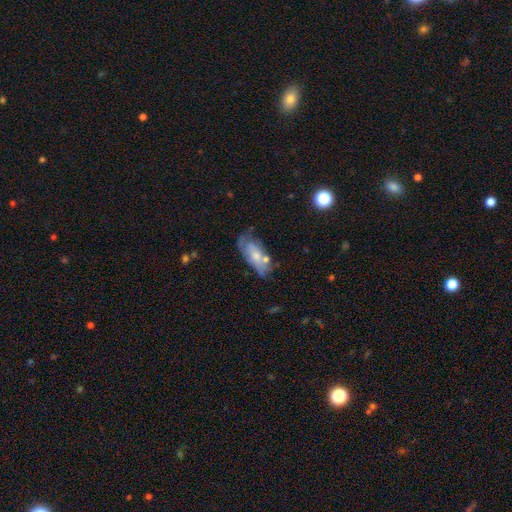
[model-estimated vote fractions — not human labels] The model was most divided on "merging": none: 43%, minor disturbance: 30%, major disturbance: 15%, merger: 12%. More confident: how rounded — in between (84%); smooth or featured — smooth (55%).